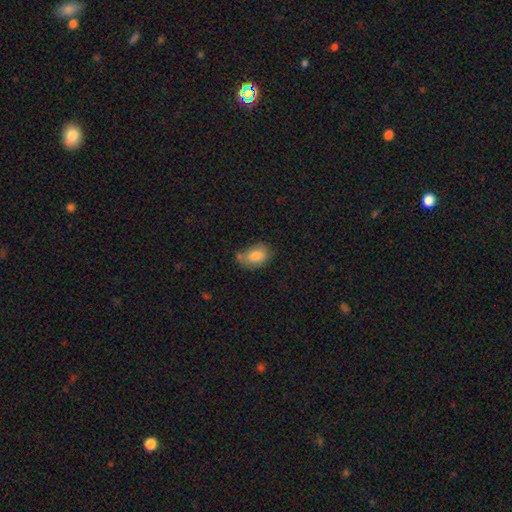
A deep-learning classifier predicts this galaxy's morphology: A smooth galaxy with no disk features (79%) that is in between round and cigar-shaped (79%). Merging: none (57%).